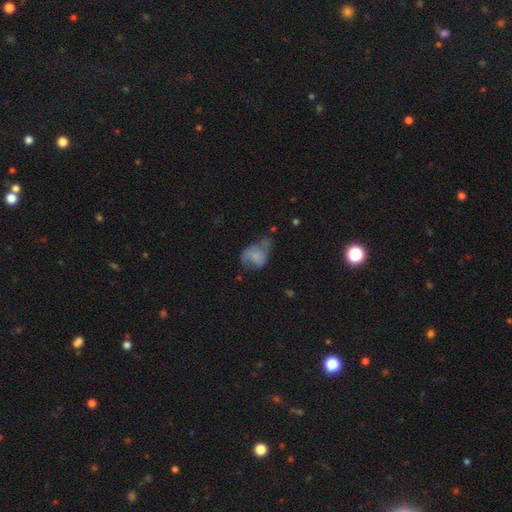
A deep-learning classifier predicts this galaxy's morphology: Smooth or featured? featured or disk (46%)
Merging? major disturbance (34%)